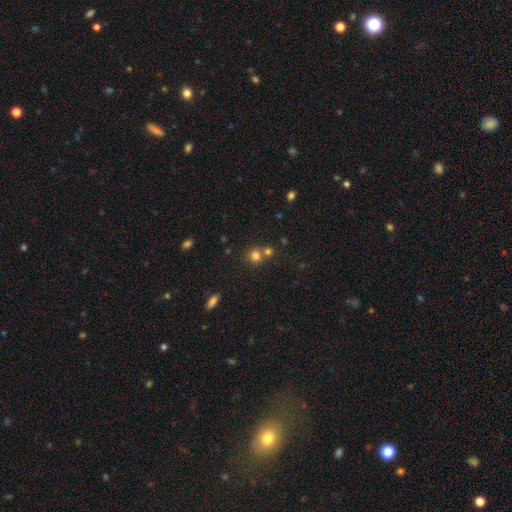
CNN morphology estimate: smooth 77%, star or artifact 14%, featured or disk 8%. Down the decision tree: how rounded — round (87%); merging — none (54%).